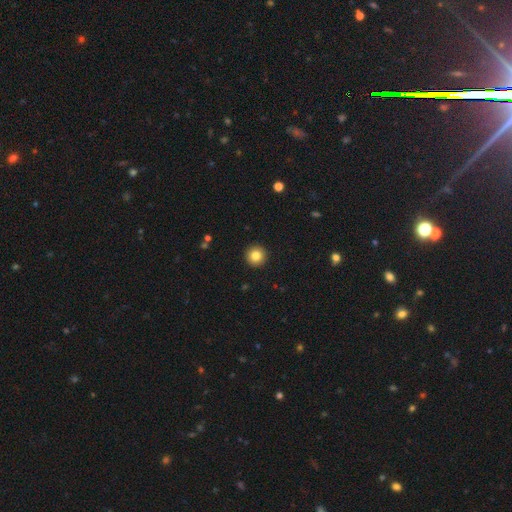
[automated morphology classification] Smooth or featured: smooth — 83% (star or artifact — 10%)
How rounded: round — 96% (in between — 3%)
Merging: none — 93% (minor disturbance — 4%)